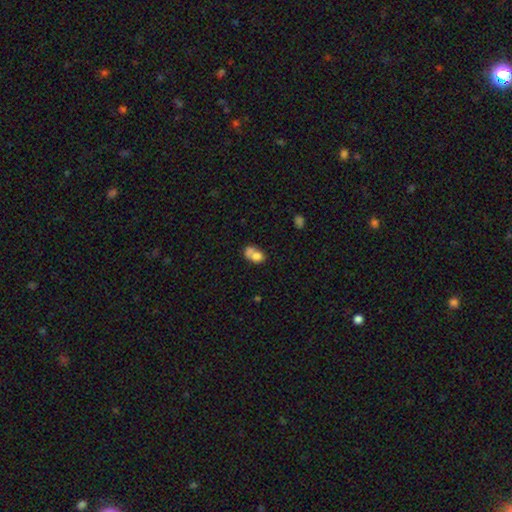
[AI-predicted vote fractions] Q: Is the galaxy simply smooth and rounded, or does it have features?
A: smooth — 71%.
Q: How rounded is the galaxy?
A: in between — 61%.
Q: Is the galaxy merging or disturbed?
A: merger — 57%.